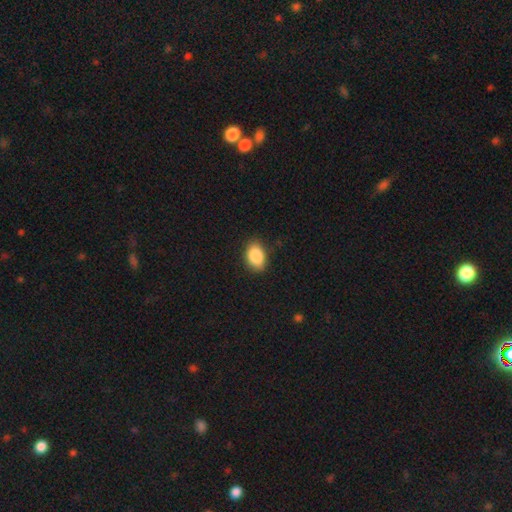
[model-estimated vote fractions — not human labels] A smooth galaxy with no disk features (88%) that is in between round and cigar-shaped (85%). Merging: none (84%).